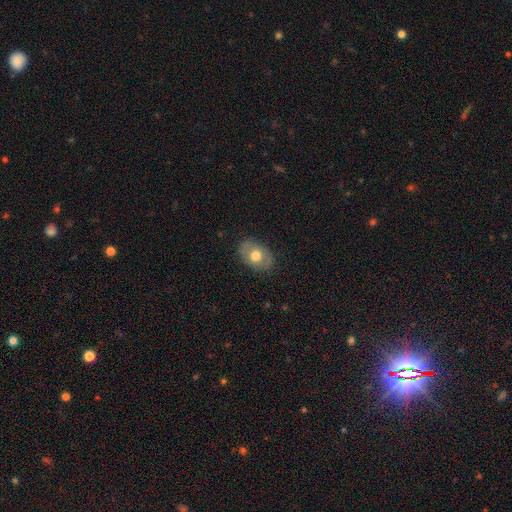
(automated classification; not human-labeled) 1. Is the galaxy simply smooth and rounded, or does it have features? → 60% smooth, 33% featured or disk, 7% star or artifact.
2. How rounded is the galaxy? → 76% in between, 23% round, 1% cigar-shaped.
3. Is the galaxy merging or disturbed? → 84% none, 12% minor disturbance, 3% major disturbance, 1% merger.